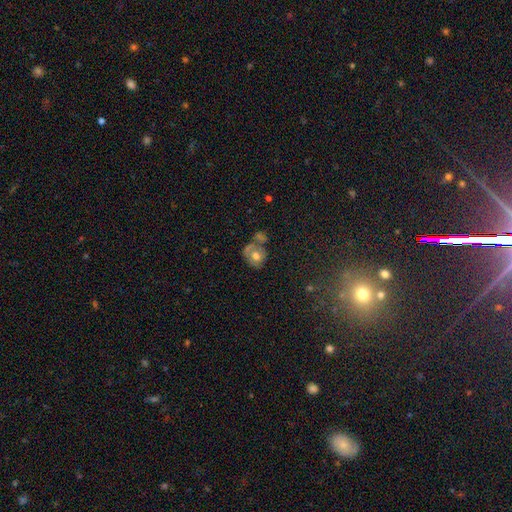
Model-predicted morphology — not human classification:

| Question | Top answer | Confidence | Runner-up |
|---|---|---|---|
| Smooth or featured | smooth | 48% | featured or disk (43%) |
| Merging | none | 38% | merger (25%) |